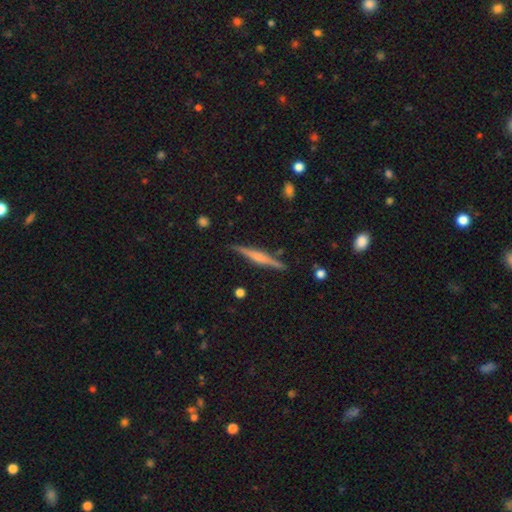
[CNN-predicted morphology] type=featured or disk (70%); edge-on=yes (98%); edge-on bulge=rounded (63%); merging=none (89%).